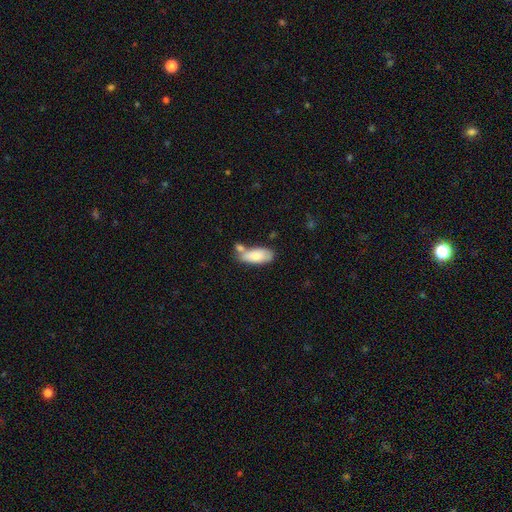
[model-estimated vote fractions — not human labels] This appears to be a smooth galaxy with no disk features (80%) that is in between round and cigar-shaped (83%). Merging: none (52%).